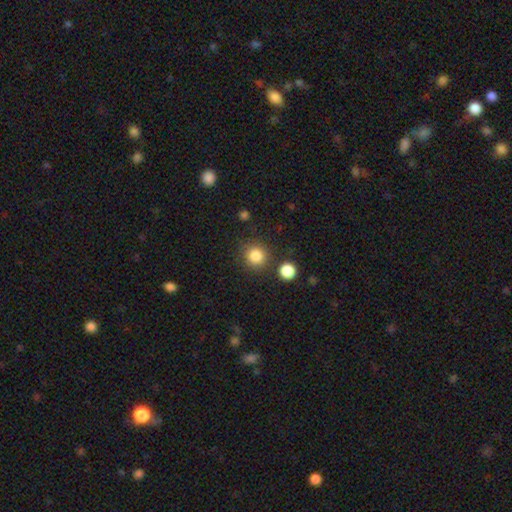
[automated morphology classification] Q: Smooth or featured?
A: smooth (84%); runner-up: star or artifact (11%)
Q: How rounded?
A: round (92%); runner-up: in between (7%)
Q: Merging?
A: none (82%); runner-up: minor disturbance (8%)